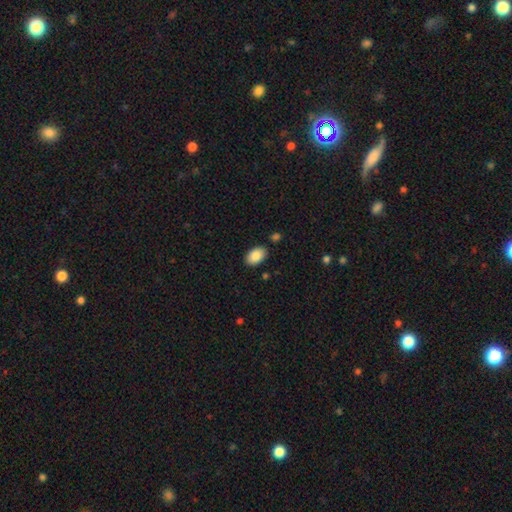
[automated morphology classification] A smooth galaxy with no disk features (88%) that is in between round and cigar-shaped (91%).

Vote fractions:
- Smooth or featured? smooth: 88% / star or artifact: 7% / featured or disk: 6%
- How rounded? in between: 91% / round: 8% / cigar-shaped: 1%
- Merging? none: 86% / minor disturbance: 9% / merger: 3% / major disturbance: 2%